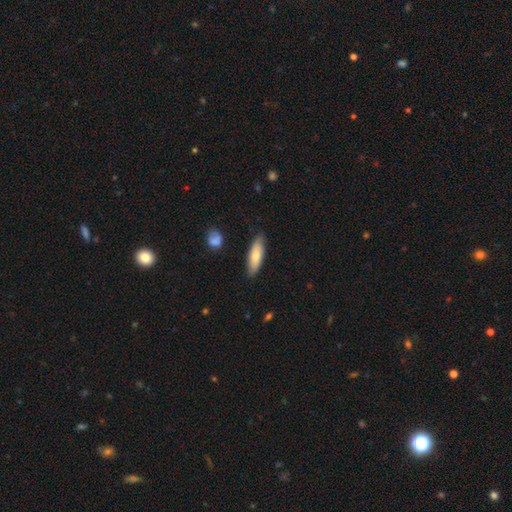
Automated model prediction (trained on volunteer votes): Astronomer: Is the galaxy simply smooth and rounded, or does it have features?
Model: smooth — 74%.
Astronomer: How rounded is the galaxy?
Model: in between — 51% (runner-up: cigar-shaped, 48%).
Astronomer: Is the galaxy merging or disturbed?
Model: none — 83%.